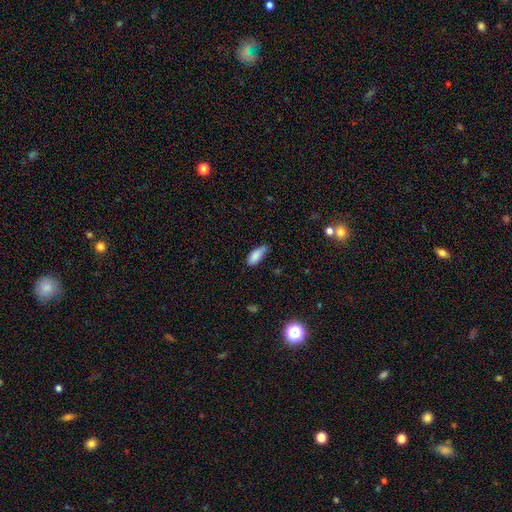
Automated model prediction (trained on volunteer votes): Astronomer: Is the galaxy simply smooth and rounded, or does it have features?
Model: smooth — 86%.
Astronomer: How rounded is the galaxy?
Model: in between — 81%.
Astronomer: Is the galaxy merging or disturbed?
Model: none — 59% (runner-up: minor disturbance, 34%).